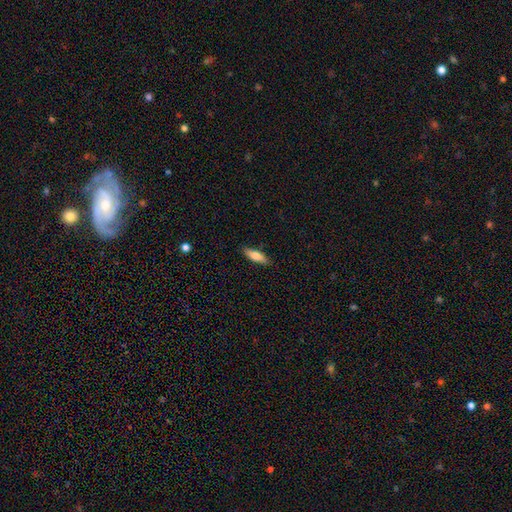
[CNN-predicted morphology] This is likely a smooth galaxy (73%). How rounded: possibly in between (52%). Merging: clearly none (87%).